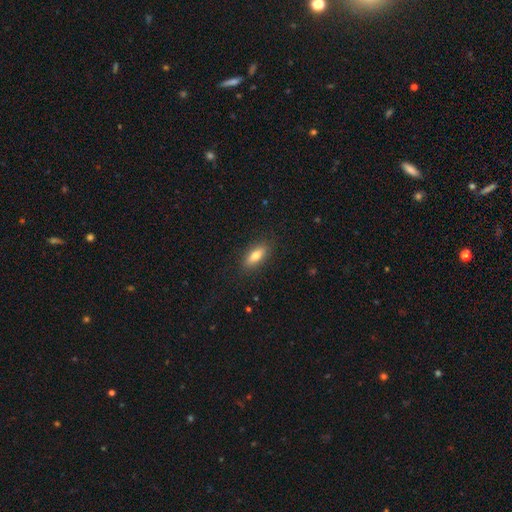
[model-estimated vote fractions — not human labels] Smooth or featured? smooth (75%)
How rounded? in between (77%)
Merging? none (86%)